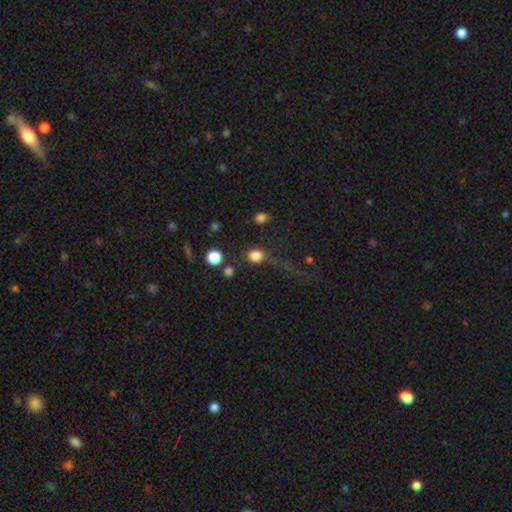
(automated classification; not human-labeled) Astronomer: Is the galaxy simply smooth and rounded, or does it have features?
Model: smooth — 82%.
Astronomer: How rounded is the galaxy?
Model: round — 73%.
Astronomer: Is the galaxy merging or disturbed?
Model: none — 60%.